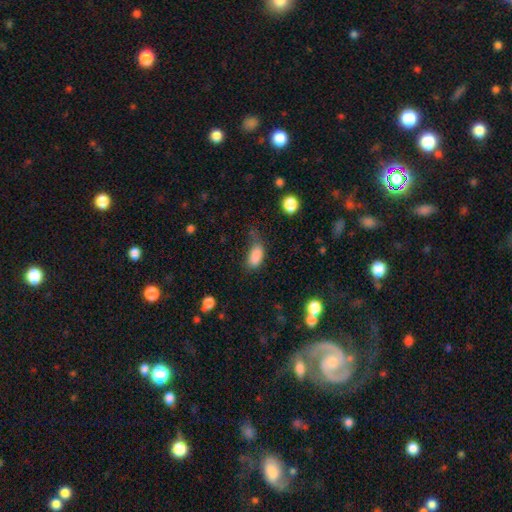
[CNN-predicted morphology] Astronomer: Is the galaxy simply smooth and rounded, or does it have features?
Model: smooth — 84%.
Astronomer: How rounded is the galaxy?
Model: in between — 90%.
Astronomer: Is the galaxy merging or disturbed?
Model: none — 39% (runner-up: minor disturbance, 34%).